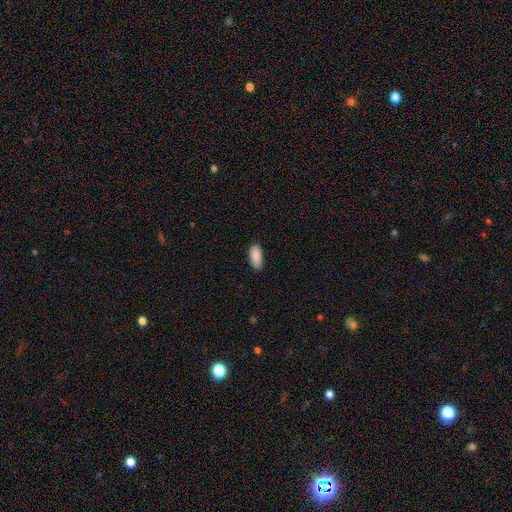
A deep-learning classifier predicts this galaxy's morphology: A smooth galaxy with no disk features (90%) that is in between round and cigar-shaped (91%). Merging: none (88%).